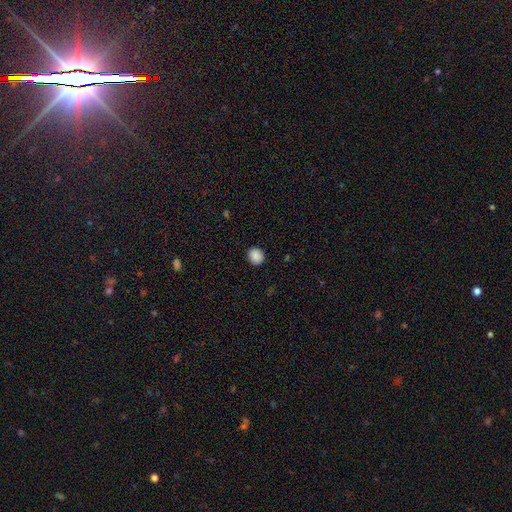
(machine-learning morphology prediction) Smooth or featured? smooth (89%)
How rounded? round (76%)
Merging? none (90%)